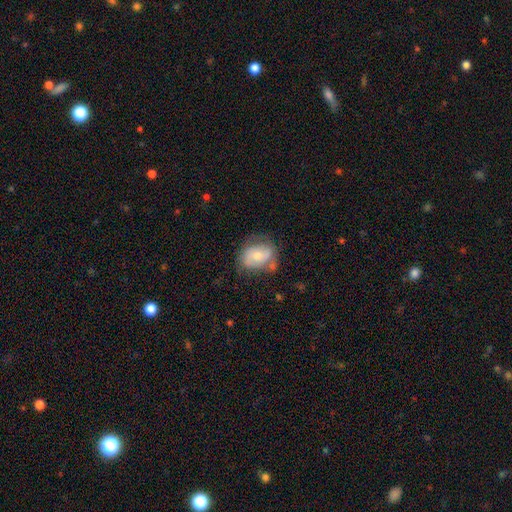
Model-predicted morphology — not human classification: Overall: smooth (49%; featured or disk 44%). Merging: none (53%; minor disturbance 28%).